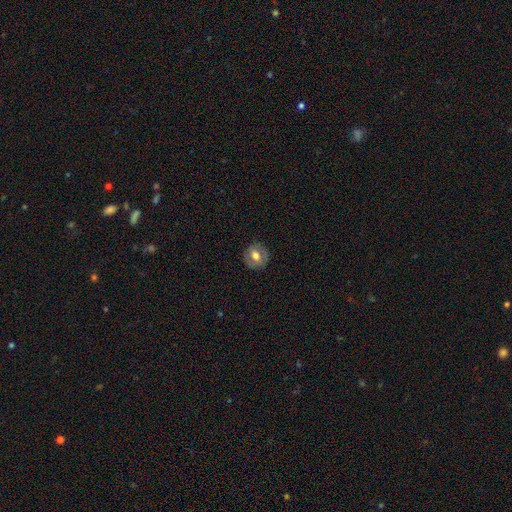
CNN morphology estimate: Q: Smooth or featured?
A: smooth (54%); runner-up: featured or disk (38%)
Q: How rounded?
A: round (80%); runner-up: in between (19%)
Q: Merging?
A: none (84%); runner-up: minor disturbance (11%)